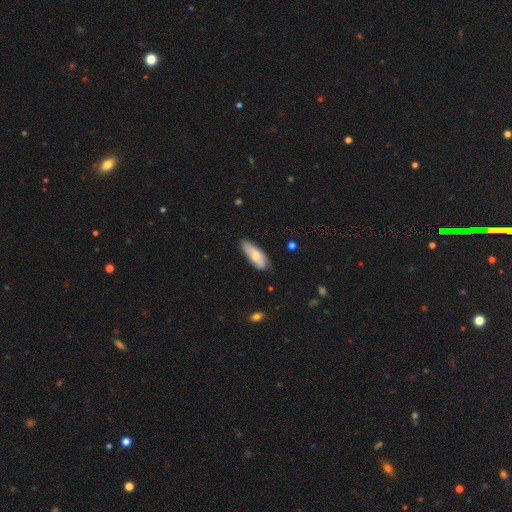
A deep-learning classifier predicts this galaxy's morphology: Q: Smooth or featured?
A: smooth (67%); runner-up: featured or disk (27%)
Q: How rounded?
A: in between (69%); runner-up: cigar-shaped (29%)
Q: Merging?
A: none (66%); runner-up: minor disturbance (27%)